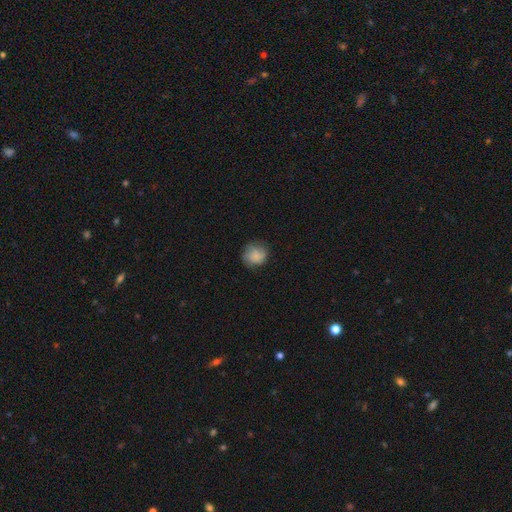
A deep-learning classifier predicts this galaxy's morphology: The model was most divided on "merging": none: 75%, minor disturbance: 19%, major disturbance: 5%, merger: 1%. More confident: how rounded — round (85%); smooth or featured — smooth (79%).